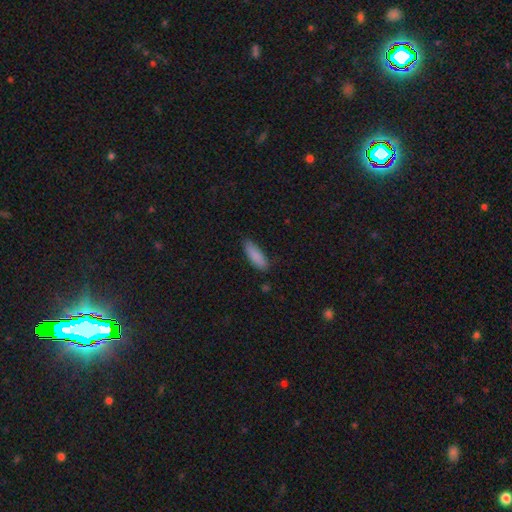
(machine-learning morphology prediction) Q: Smooth or featured?
A: smooth (88%); runner-up: star or artifact (6%)
Q: How rounded?
A: in between (60%); runner-up: cigar-shaped (39%)
Q: Merging?
A: none (78%); runner-up: minor disturbance (17%)